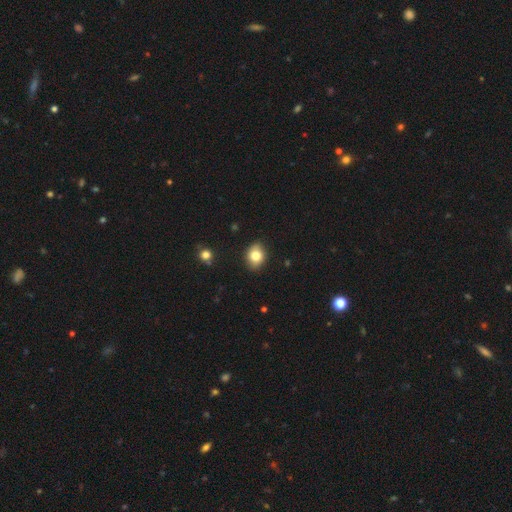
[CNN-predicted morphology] This appears to be a smooth galaxy with no disk features (80%) that is in between round and cigar-shaped (63%). Merging: none (85%).